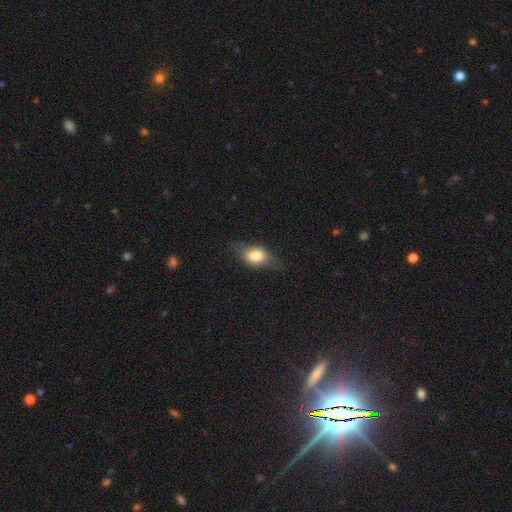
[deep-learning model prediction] The model was most divided on "smooth or featured": smooth: 65%, featured or disk: 26%, star or artifact: 9%. More confident: merging — none (70%); how rounded — in between (70%).